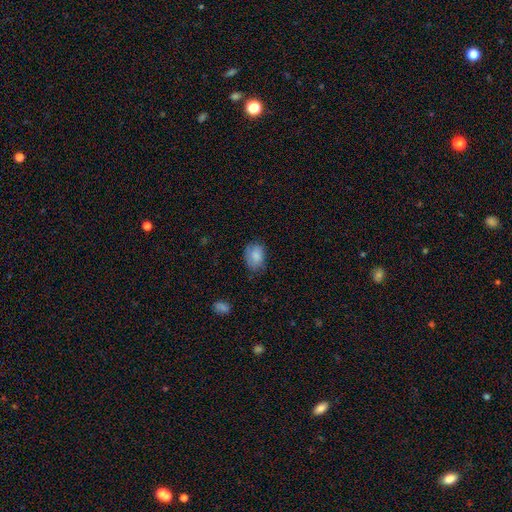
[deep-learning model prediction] A smooth galaxy with no disk features (83%) that is in between round and cigar-shaped (77%).

Vote fractions:
- Smooth or featured? smooth: 83% / featured or disk: 9% / star or artifact: 8%
- How rounded? in between: 77% / round: 22% / cigar-shaped: 1%
- Merging? none: 65% / minor disturbance: 27% / major disturbance: 6% / merger: 1%